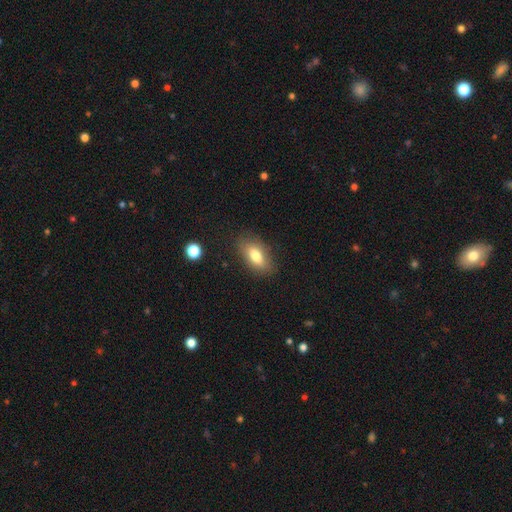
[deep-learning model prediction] smooth-or-featured: smooth: 77% | featured or disk: 15% | star or artifact: 8%
  how-rounded: in between: 85% | cigar-shaped: 10% | round: 5%
  merging: none: 83% | minor disturbance: 12% | major disturbance: 4% | merger: 1%